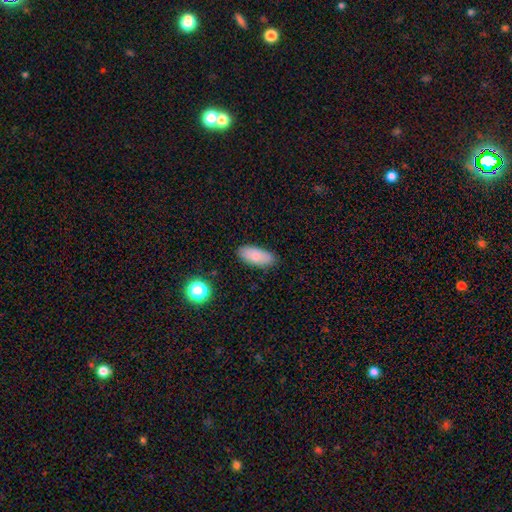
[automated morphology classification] Smooth or featured? smooth (84%)
How rounded? in between (86%)
Merging? none (85%)